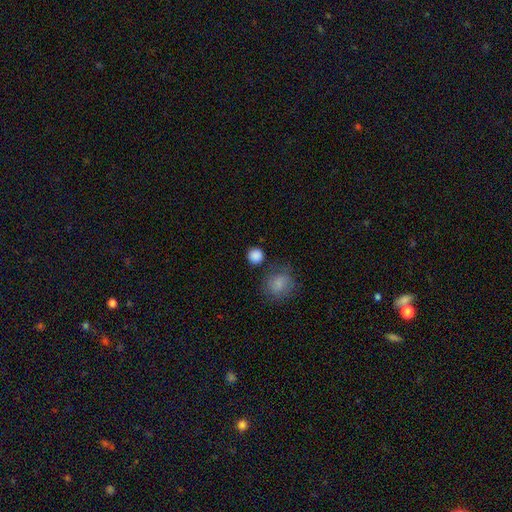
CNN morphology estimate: smooth-or-featured: smooth: 87% | star or artifact: 9% | featured or disk: 4%
  how-rounded: round: 92% | in between: 7% | cigar-shaped: 1%
  merging: none: 80% | minor disturbance: 10% | merger: 6% | major disturbance: 4%